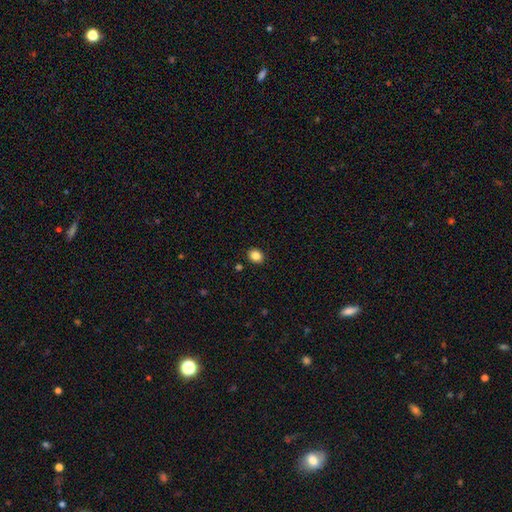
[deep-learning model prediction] Smooth or featured?
  - smooth: 85% *
  - star or artifact: 10%
  - featured or disk: 4%
How rounded?
  - round: 56% *
  - in between: 43%
  - cigar-shaped: 1%
Merging?
  - none: 90% *
  - minor disturbance: 7%
  - major disturbance: 2%
  - merger: 2%